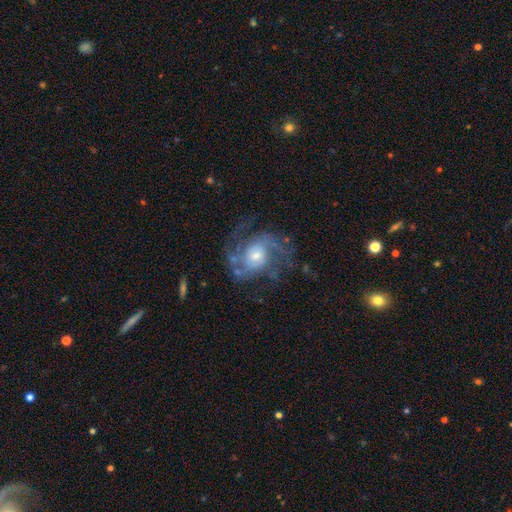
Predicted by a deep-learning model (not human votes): Overall: featured or disk (87%). Edge-on disk: no (98%). Bar: no (61%; weak 32%). Spiral arms: yes (95%). Spiral arm count: 2 (55%; 3 17%). Spiral winding: medium (51%; tight 27%). Bulge size: moderate (52%; small 35%). Merging: none (64%).